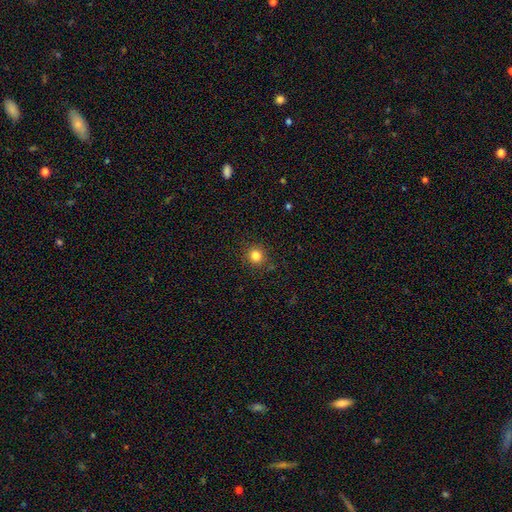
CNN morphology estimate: The model was most divided on "smooth or featured": smooth: 83%, star or artifact: 12%, featured or disk: 5%. More confident: how rounded — round (91%); merging — none (89%).